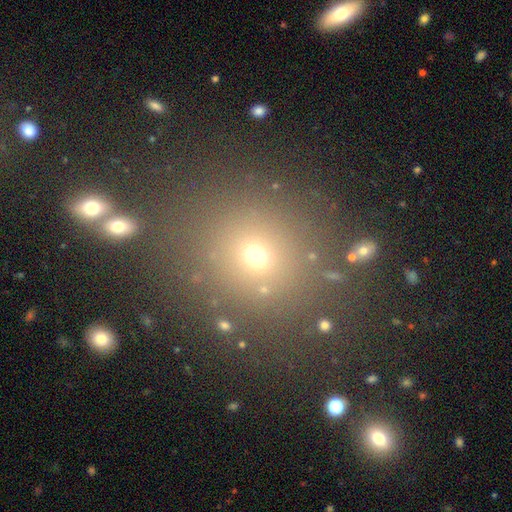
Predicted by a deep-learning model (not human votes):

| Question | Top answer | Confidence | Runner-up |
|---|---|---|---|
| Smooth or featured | smooth | 62% | star or artifact (28%) |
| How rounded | round | 85% | in between (14%) |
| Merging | none | 83% | minor disturbance (8%) |